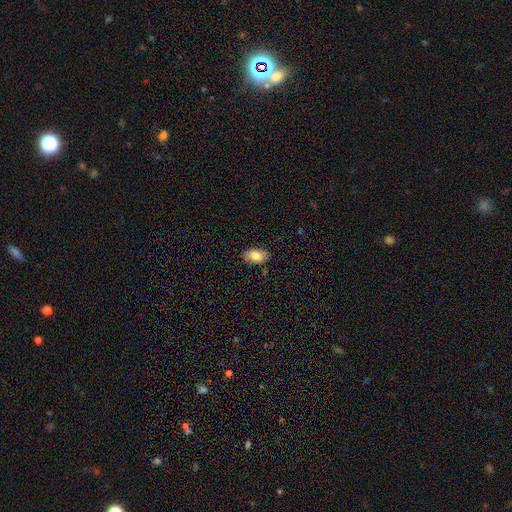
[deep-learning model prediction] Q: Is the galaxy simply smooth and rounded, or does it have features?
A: smooth — 80%.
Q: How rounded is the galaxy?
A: in between — 92%.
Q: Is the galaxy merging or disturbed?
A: none — 86%.